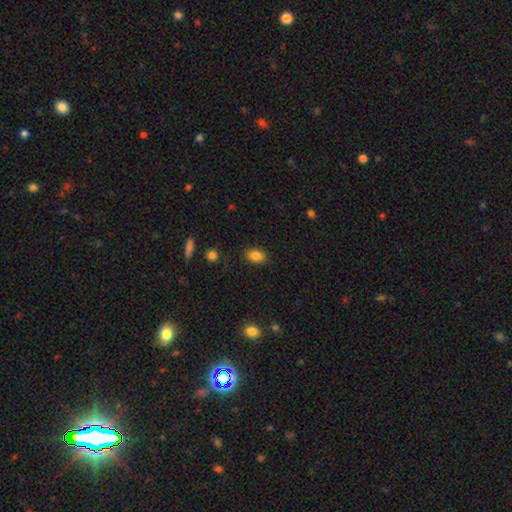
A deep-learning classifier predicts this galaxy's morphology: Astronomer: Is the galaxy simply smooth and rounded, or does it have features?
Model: smooth — 85%.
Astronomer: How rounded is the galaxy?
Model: in between — 87%.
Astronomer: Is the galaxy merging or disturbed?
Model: none — 84%.